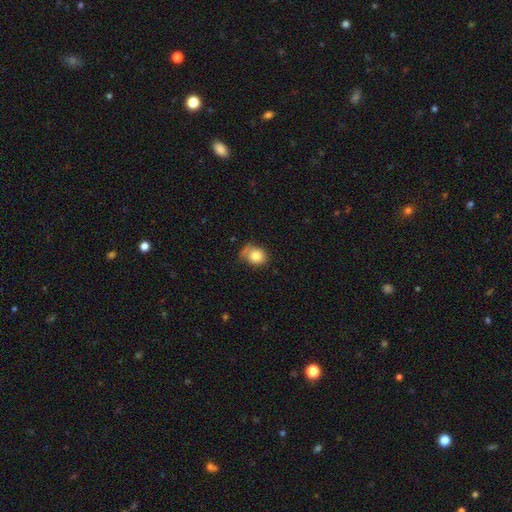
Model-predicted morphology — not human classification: A smooth galaxy with no disk features (81%) that is round (61%).

Vote fractions:
- Smooth or featured? smooth: 81% / featured or disk: 11% / star or artifact: 9%
- How rounded? round: 61% / in between: 38% / cigar-shaped: 1%
- Merging? none: 51% / minor disturbance: 33% / major disturbance: 12% / merger: 4%